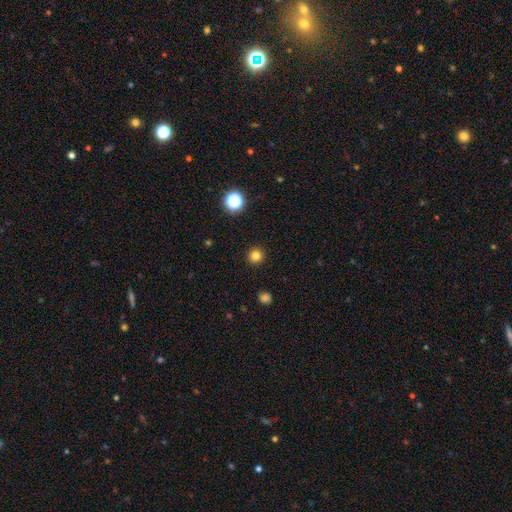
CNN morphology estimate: type=smooth (81%); roundness=round (94%); merging=none (93%).